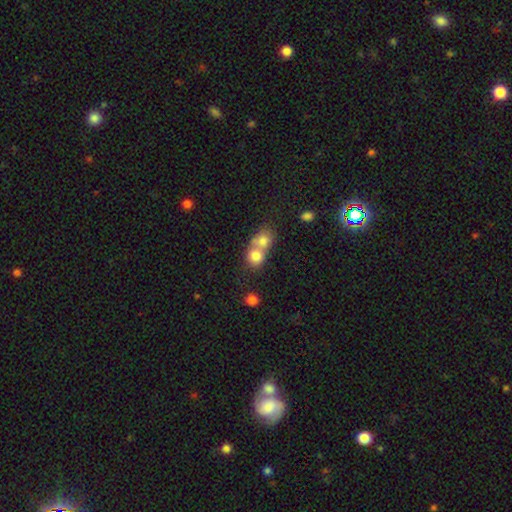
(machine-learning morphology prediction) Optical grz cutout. It shows a smooth galaxy with no disk features (76%) that is round (73%). Merging: merger (68%).